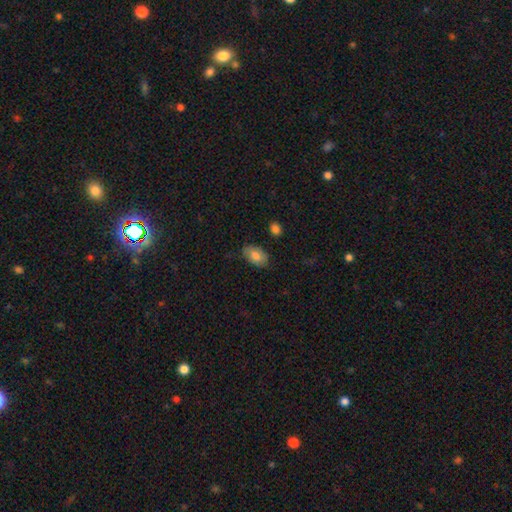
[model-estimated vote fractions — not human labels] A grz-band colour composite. It shows a smooth galaxy with no disk features (79%) that is in between round and cigar-shaped (92%). Merging: none (79%).